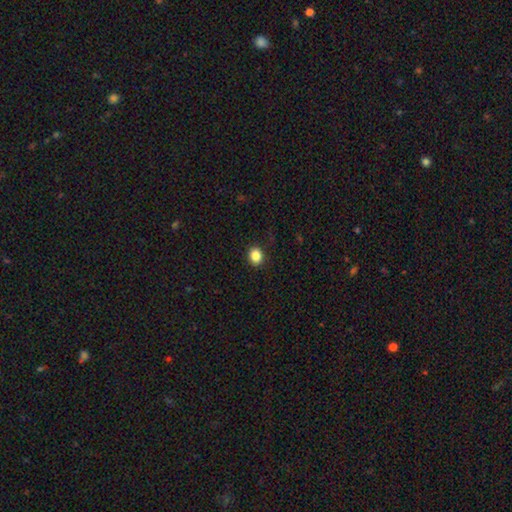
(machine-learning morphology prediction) smooth_or_featured: smooth (p=0.86) [alt: star or artifact p=0.10]
how_rounded: round (p=0.59) [alt: in between p=0.41]
merging: none (p=0.90) [alt: minor disturbance p=0.07]